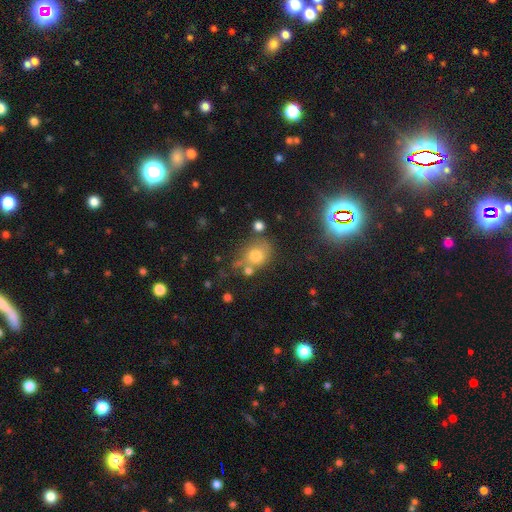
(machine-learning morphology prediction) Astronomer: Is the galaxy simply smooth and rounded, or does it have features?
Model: smooth — 70%.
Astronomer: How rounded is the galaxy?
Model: round — 62%.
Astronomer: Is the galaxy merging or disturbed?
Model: none — 52%.